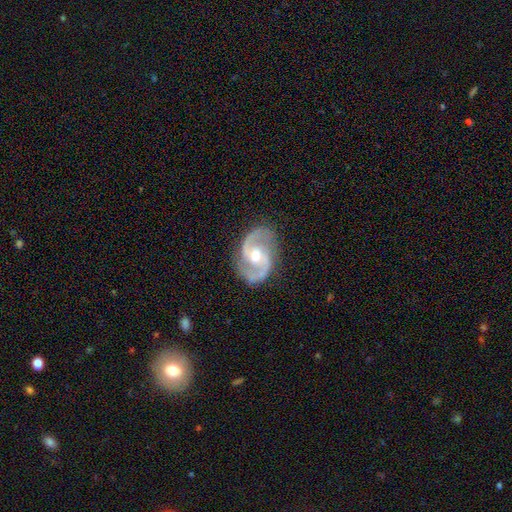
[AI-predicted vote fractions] This appears to be a featured or disk galaxy (92%) with a weak bar (45%), 2 (94%) medium (62%) spiral arms (98%) and a moderate central bulge (71%). Merging: none (83%).